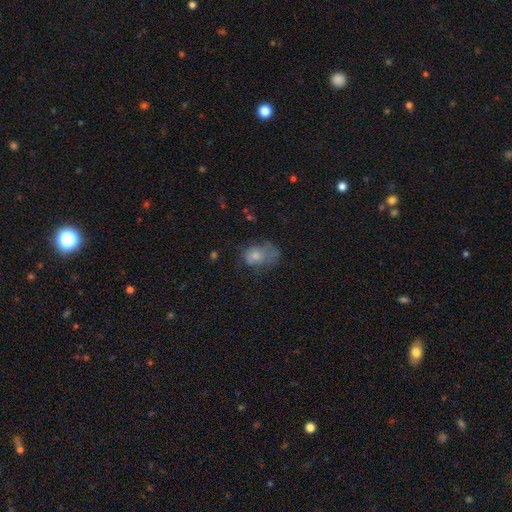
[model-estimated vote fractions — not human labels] Smooth or featured? smooth (58%)
How rounded? in between (70%)
Merging? none (39%)